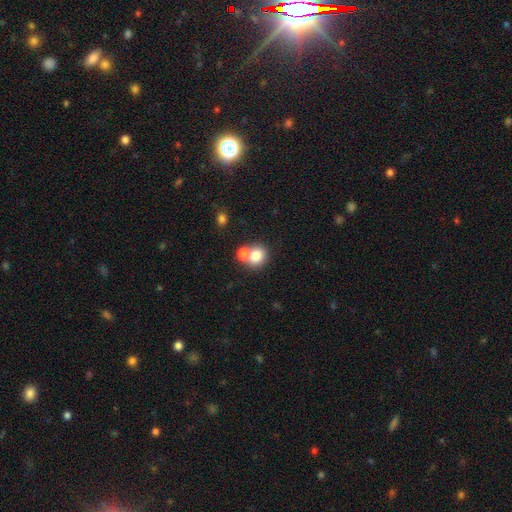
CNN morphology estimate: A smooth galaxy with no disk features (78%) that is round (75%). Merging: merger (46%).